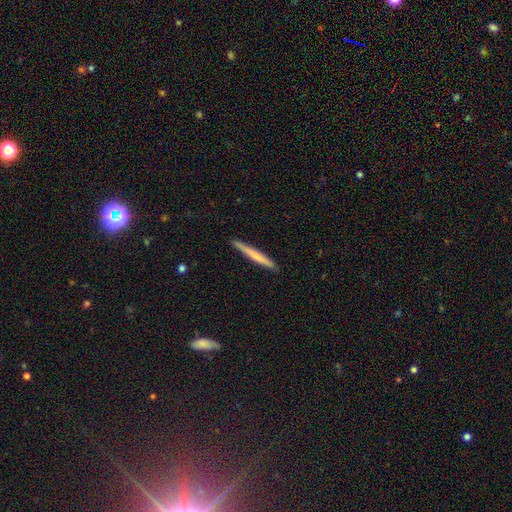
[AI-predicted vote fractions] A smooth galaxy with no disk features (61%) that is cigar-shaped (97%).

Vote fractions:
- Smooth or featured? smooth: 61% / featured or disk: 34% / star or artifact: 5%
- How rounded? cigar-shaped: 97% / in between: 2% / round: 1%
- Merging? none: 90% / minor disturbance: 7% / major disturbance: 1% / merger: 1%